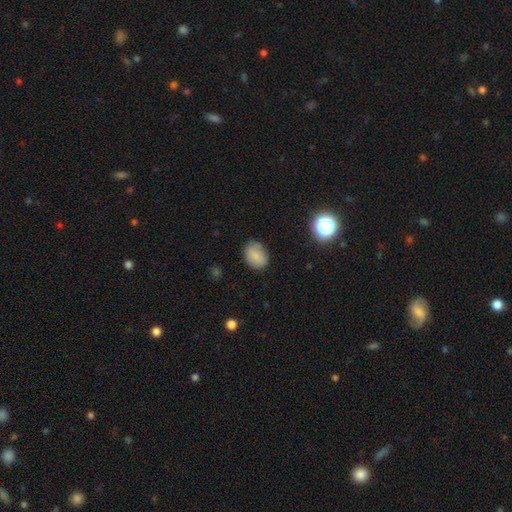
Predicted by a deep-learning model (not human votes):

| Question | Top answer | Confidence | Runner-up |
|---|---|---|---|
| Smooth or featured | smooth | 81% | star or artifact (10%) |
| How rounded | in between | 73% | round (26%) |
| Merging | none | 79% | minor disturbance (16%) |